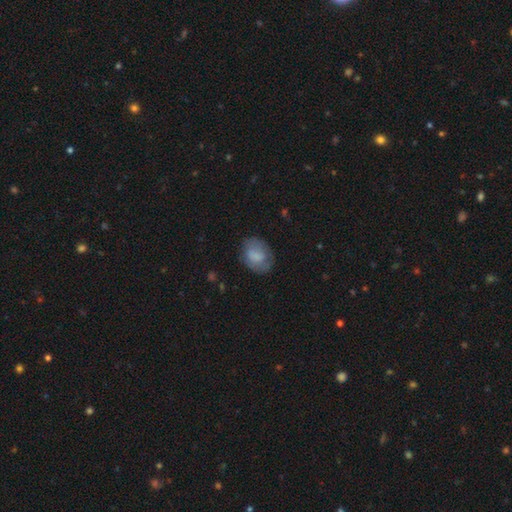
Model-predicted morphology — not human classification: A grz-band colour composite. It shows a smooth galaxy with no disk features (71%) that is in between round and cigar-shaped (67%). Merging: none (66%).